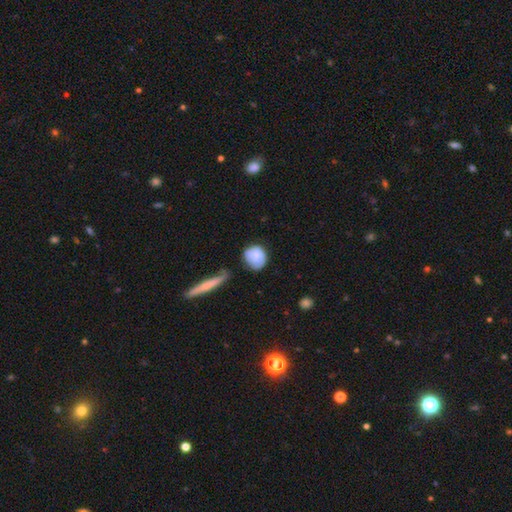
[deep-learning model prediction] Smooth or featured? smooth (77%)
How rounded? round (70%)
Merging? none (56%)